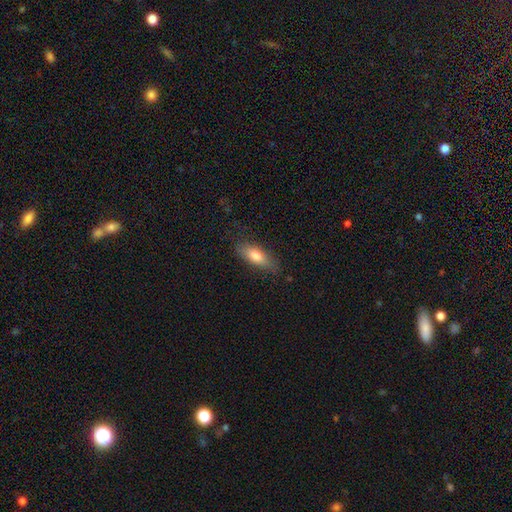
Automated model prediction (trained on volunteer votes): Smooth or featured? Predicted: smooth (p=0.77). How rounded? Predicted: in between (p=0.71). Merging? Predicted: none (p=0.79).